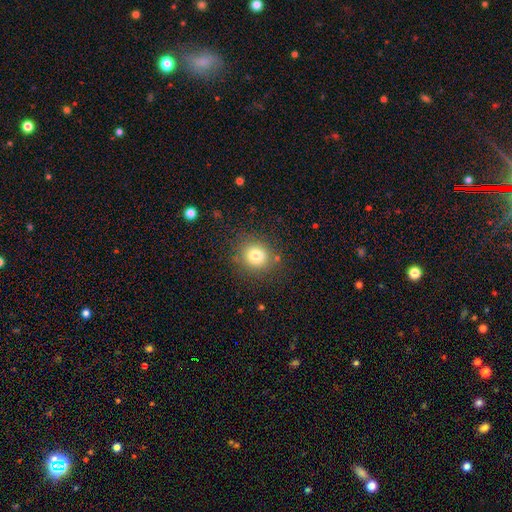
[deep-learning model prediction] The model was most divided on "how rounded": round: 82%, in between: 17%, cigar-shaped: 1%. More confident: merging — none (82%); smooth or featured — smooth (78%).